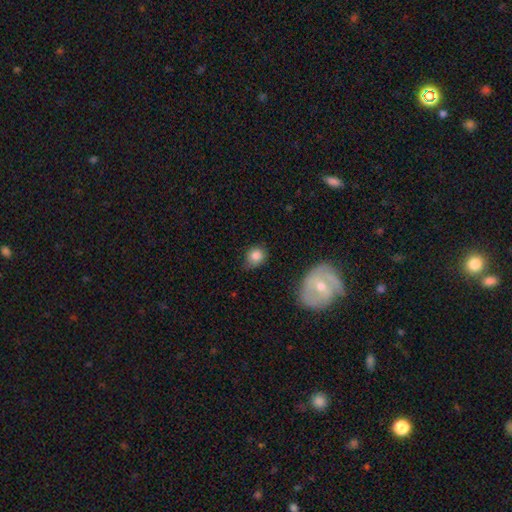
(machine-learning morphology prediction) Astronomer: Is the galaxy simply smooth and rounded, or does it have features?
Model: smooth — 83%.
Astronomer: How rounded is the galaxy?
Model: round — 64%.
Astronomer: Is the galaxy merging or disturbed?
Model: none — 67%.